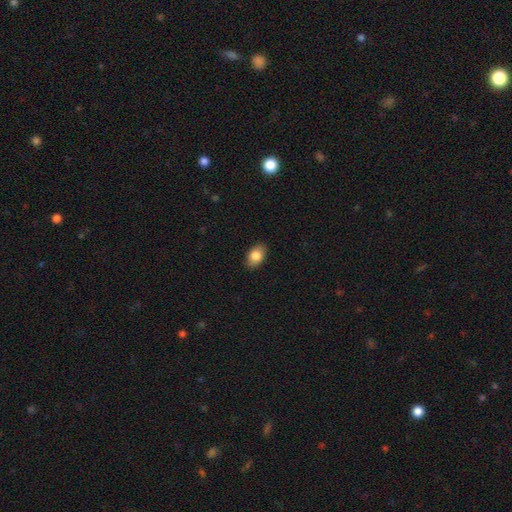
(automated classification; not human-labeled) This is clearly a smooth galaxy (83%). How rounded: clearly in between (87%). Merging: clearly none (88%).